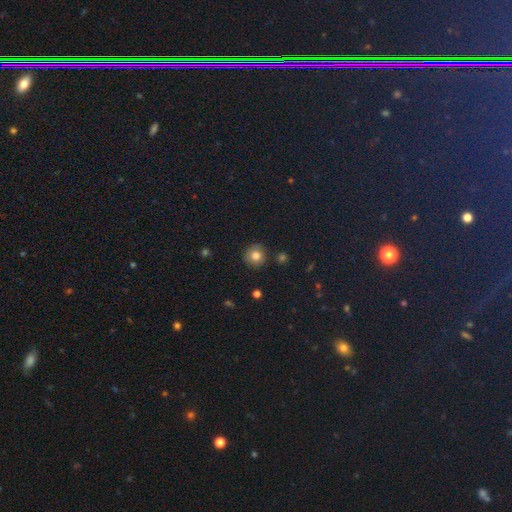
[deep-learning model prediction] A smooth galaxy with no disk features (81%) that is round (92%). Merging: none (86%).